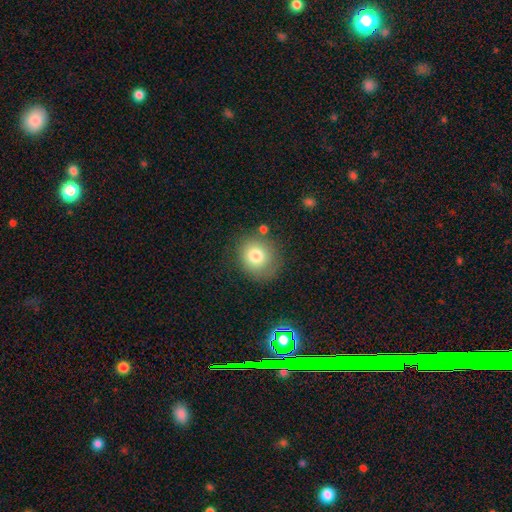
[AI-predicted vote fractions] Smooth or featured? smooth (78%)
How rounded? round (85%)
Merging? none (77%)